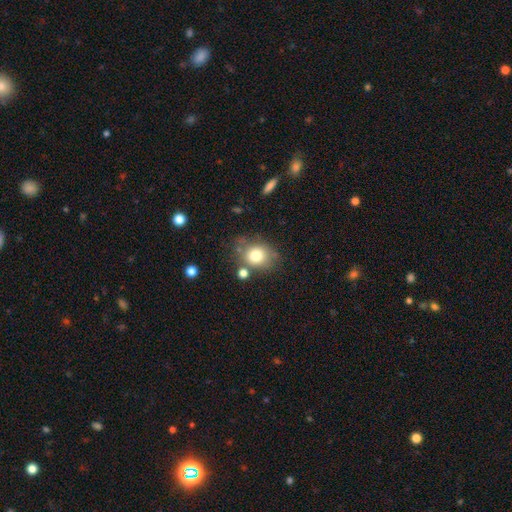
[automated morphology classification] Smooth or featured: smooth — 76% (featured or disk — 13%)
How rounded: round — 62% (in between — 37%)
Merging: none — 63% (minor disturbance — 18%)